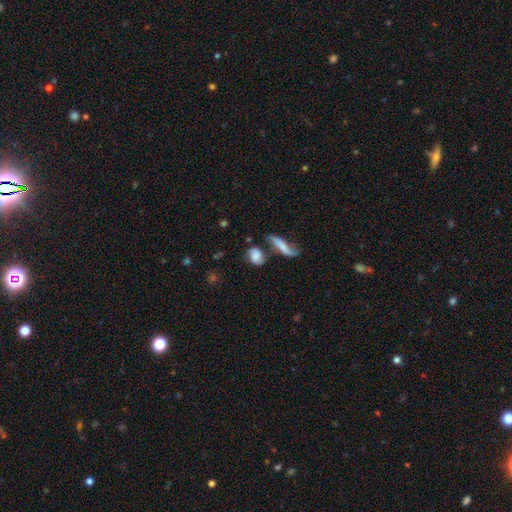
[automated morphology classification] type=smooth (59%); roundness=in between (62%); merging=none (47%).